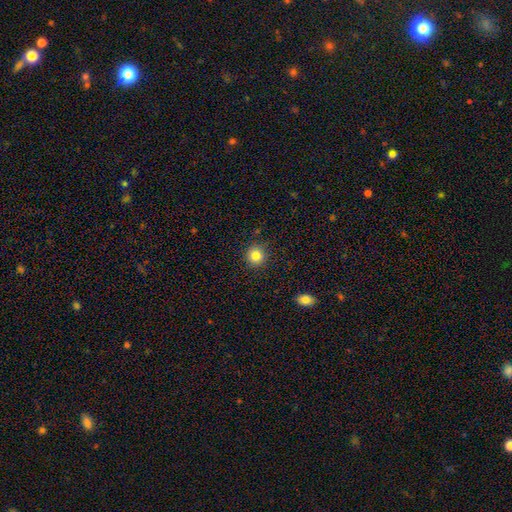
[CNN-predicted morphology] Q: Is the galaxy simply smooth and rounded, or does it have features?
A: smooth — 83%.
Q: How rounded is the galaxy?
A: round — 93%.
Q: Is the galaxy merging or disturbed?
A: none — 90%.